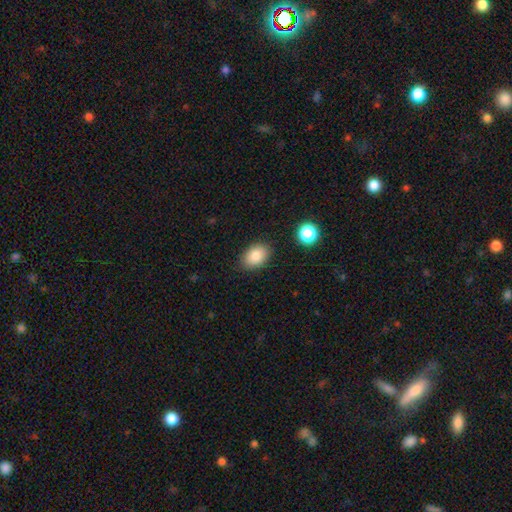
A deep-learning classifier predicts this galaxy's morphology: Overall: smooth (85%). How rounded: in between (82%). Merging: none (86%).